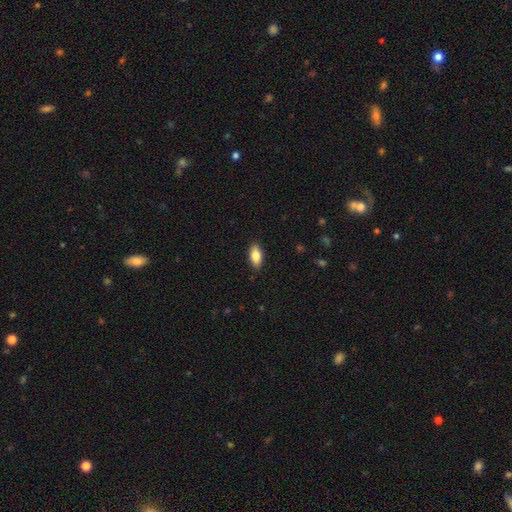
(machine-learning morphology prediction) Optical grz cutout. It shows a smooth galaxy with no disk features (82%) that is in between round and cigar-shaped (87%). Merging: none (88%).